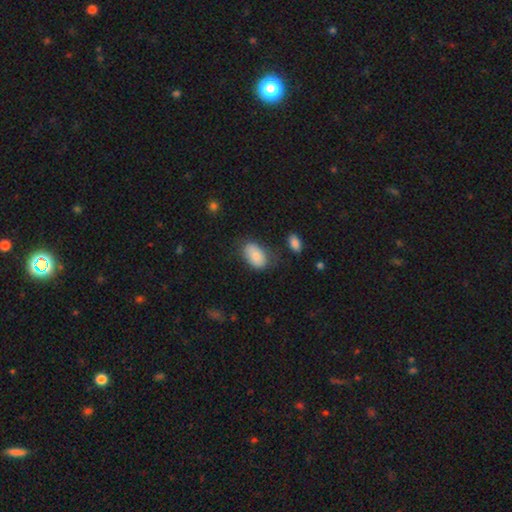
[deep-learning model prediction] Q: Smooth or featured?
A: smooth (81%); runner-up: featured or disk (12%)
Q: How rounded?
A: in between (92%); runner-up: round (7%)
Q: Merging?
A: none (65%); runner-up: minor disturbance (23%)